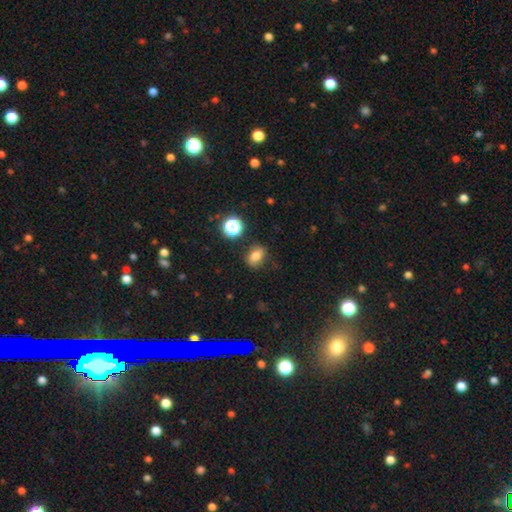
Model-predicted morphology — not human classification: smooth-or-featured: smooth: 71% | featured or disk: 15% | star or artifact: 14%
  how-rounded: in between: 65% | round: 33% | cigar-shaped: 2%
  merging: none: 77% | minor disturbance: 16% | major disturbance: 4% | merger: 3%